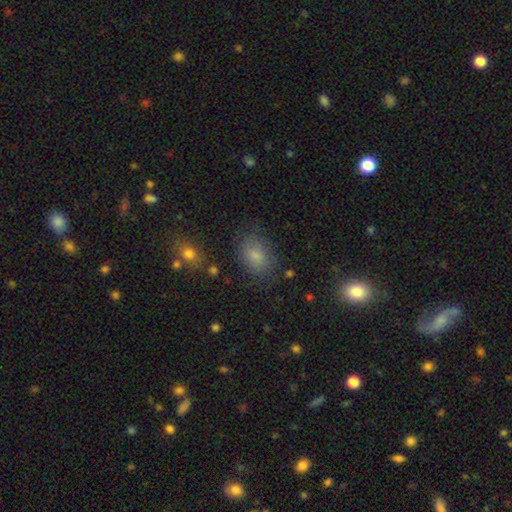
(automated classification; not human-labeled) Q: Smooth or featured?
A: smooth (80%); runner-up: star or artifact (12%)
Q: How rounded?
A: in between (78%); runner-up: round (21%)
Q: Merging?
A: none (78%); runner-up: minor disturbance (14%)